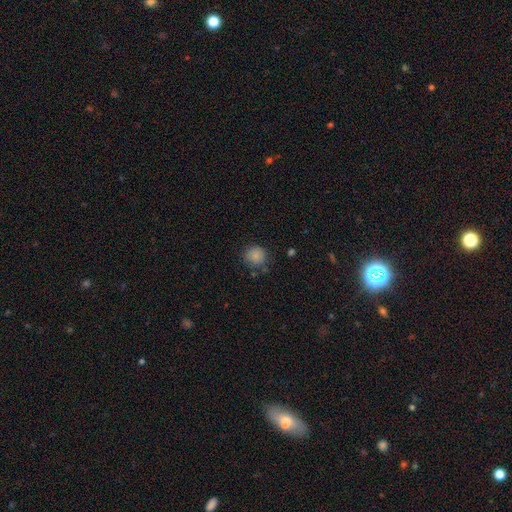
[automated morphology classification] This appears to be a smooth galaxy with no disk features (83%) that is round (90%). Merging: none (78%).